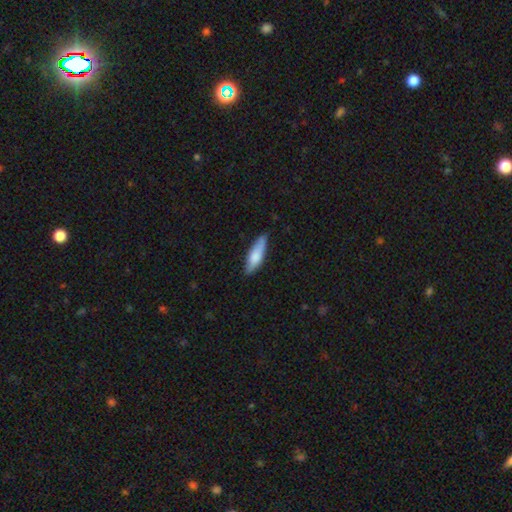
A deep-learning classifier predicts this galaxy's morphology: smooth-or-featured: smooth: 73% | featured or disk: 21% | star or artifact: 5%
  how-rounded: cigar-shaped: 54% | in between: 44% | round: 2%
  merging: none: 79% | minor disturbance: 17% | major disturbance: 2% | merger: 1%